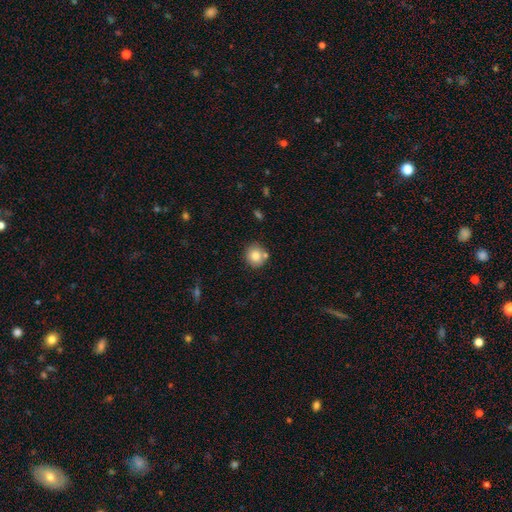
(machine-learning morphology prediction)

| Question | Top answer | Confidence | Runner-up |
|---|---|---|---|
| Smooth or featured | smooth | 81% | featured or disk (10%) |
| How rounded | round | 89% | in between (10%) |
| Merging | none | 74% | merger (13%) |